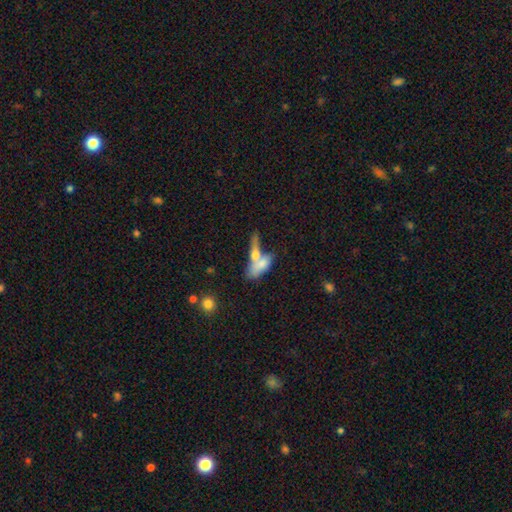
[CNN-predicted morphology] Q: Smooth or featured?
A: smooth (58%); runner-up: featured or disk (33%)
Q: How rounded?
A: in between (49%); runner-up: cigar-shaped (46%)
Q: Merging?
A: merger (53%); runner-up: none (30%)